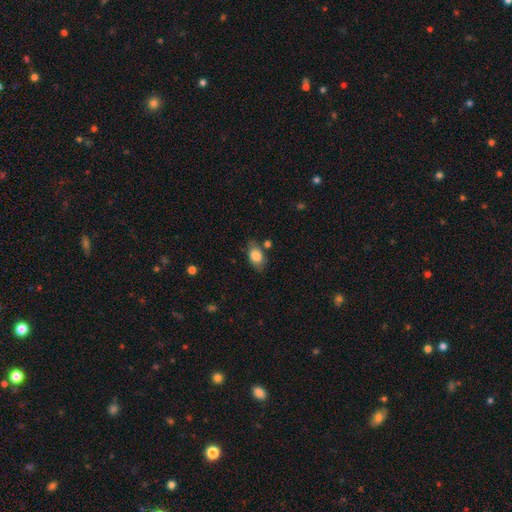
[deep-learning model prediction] Smooth or featured: smooth — 81% (featured or disk — 12%)
How rounded: in between — 85% (round — 13%)
Merging: none — 70% (minor disturbance — 19%)